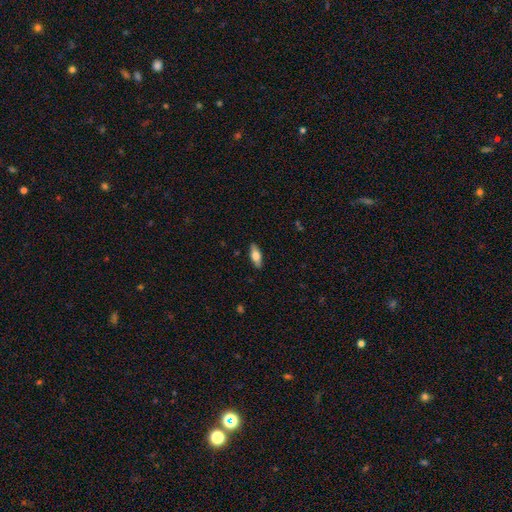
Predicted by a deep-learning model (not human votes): smooth 69%, featured or disk 25%, star or artifact 6%. Down the decision tree: how rounded — in between (74%); merging — none (87%).